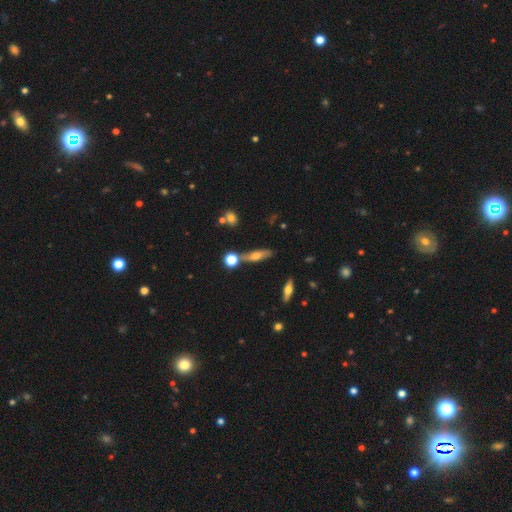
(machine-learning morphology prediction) smooth-or-featured: smooth: 46% | featured or disk: 44% | star or artifact: 11%
  merging: none: 68% | minor disturbance: 14% | merger: 13% | major disturbance: 4%